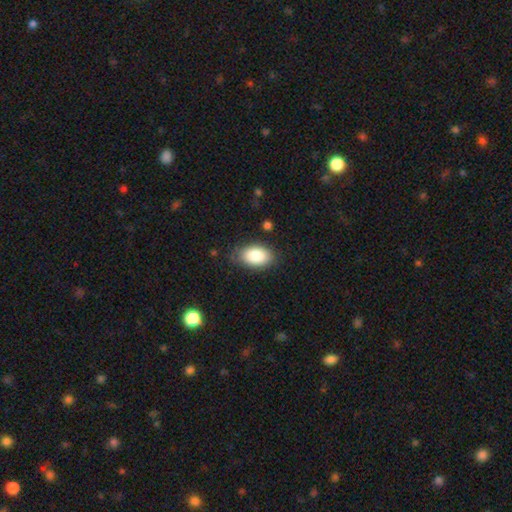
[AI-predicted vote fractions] Smooth or featured: smooth — 87% (star or artifact — 7%)
How rounded: in between — 93% (round — 6%)
Merging: none — 80% (minor disturbance — 15%)